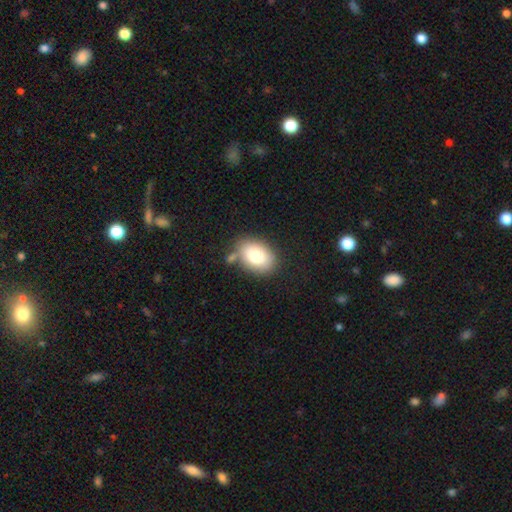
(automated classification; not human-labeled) This is likely a smooth galaxy (79%). How rounded: likely in between (78%). Merging: likely none (73%).